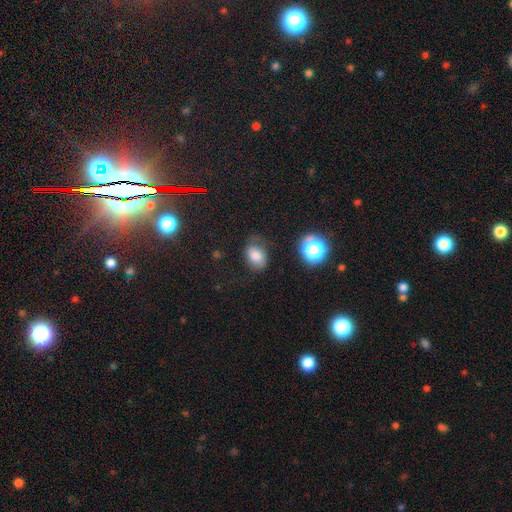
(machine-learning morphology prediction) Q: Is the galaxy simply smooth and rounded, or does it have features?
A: smooth — 77%.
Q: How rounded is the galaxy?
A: in between — 73%.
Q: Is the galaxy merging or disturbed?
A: none — 64%.